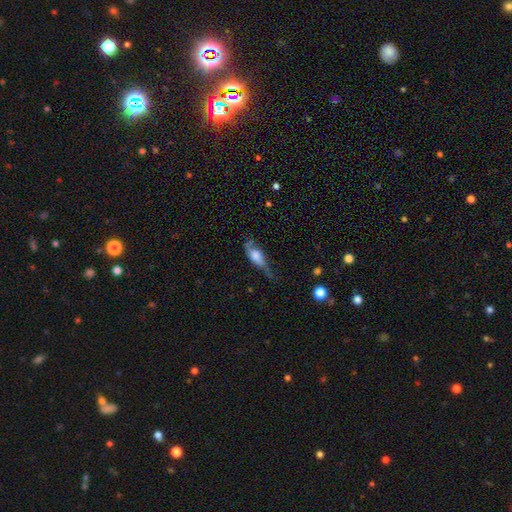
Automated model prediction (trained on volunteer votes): smooth_or_featured: smooth (p=0.48) [alt: featured or disk p=0.44]
merging: minor disturbance (p=0.36) [alt: none p=0.33]